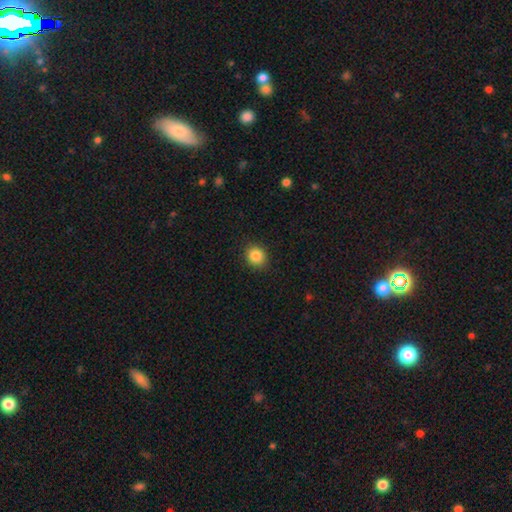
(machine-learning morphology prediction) A smooth galaxy with no disk features (86%) that is round (74%). Merging: none (90%).